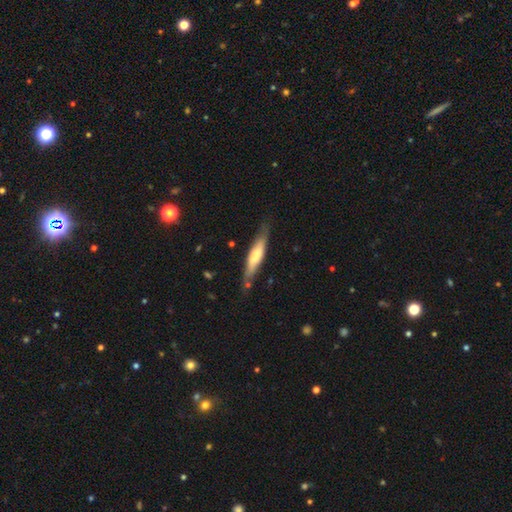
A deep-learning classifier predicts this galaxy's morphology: Smooth or featured: smooth — 58% (featured or disk — 37%)
How rounded: cigar-shaped — 81% (in between — 18%)
Merging: none — 74% (minor disturbance — 19%)